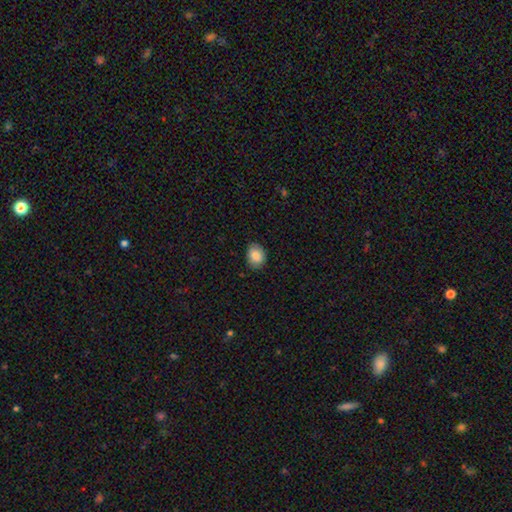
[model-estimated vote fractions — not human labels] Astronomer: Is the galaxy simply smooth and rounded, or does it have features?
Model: smooth — 84%.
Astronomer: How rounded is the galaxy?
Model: in between — 67%.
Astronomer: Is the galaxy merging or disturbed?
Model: none — 81%.